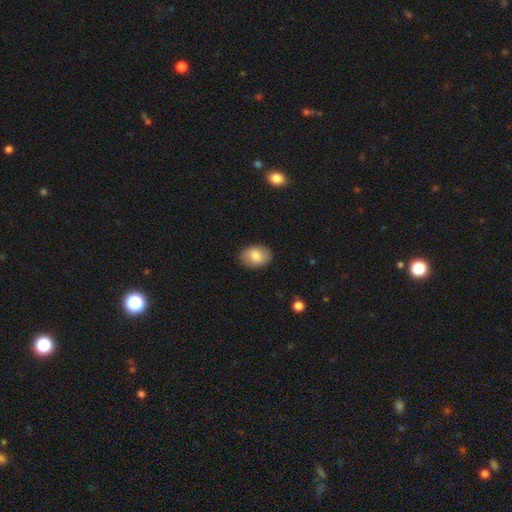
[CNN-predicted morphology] Smooth or featured: smooth — 79% (featured or disk — 14%)
How rounded: in between — 76% (round — 23%)
Merging: none — 86% (minor disturbance — 10%)